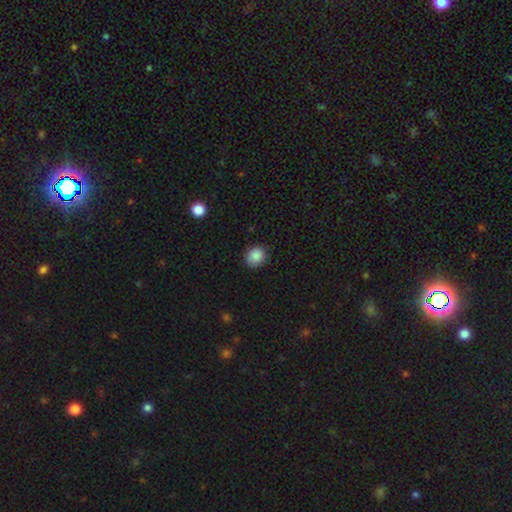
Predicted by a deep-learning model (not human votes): Q: Smooth or featured?
A: smooth (87%); runner-up: star or artifact (9%)
Q: How rounded?
A: round (74%); runner-up: in between (26%)
Q: Merging?
A: none (83%); runner-up: minor disturbance (14%)